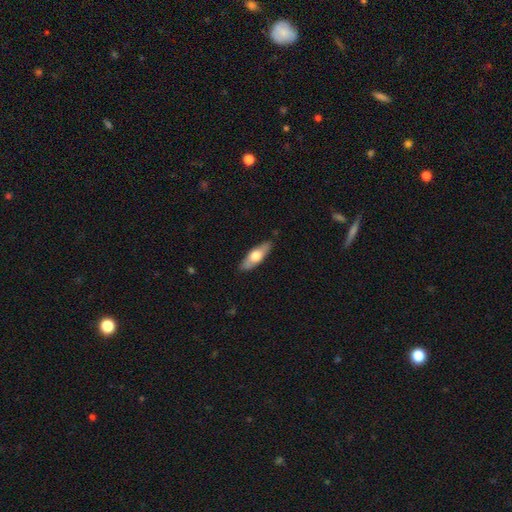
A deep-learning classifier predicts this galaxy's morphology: smooth 57%, featured or disk 38%, star or artifact 5%. Down the decision tree: how rounded — in between (60%); merging — none (86%).